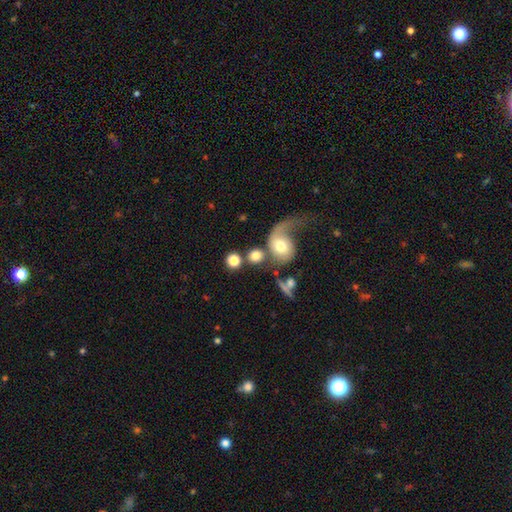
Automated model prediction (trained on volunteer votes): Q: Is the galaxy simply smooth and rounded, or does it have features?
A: smooth — 67%.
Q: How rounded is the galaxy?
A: round — 77%.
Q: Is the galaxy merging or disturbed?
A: none — 40%.